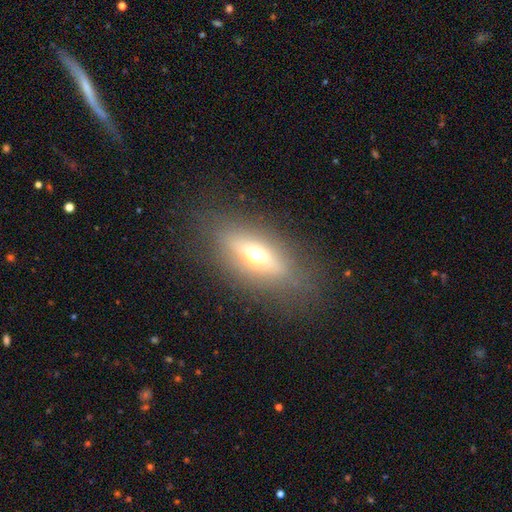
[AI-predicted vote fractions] Smooth or featured? Predicted: smooth (p=0.47). Merging? Predicted: none (p=0.79).